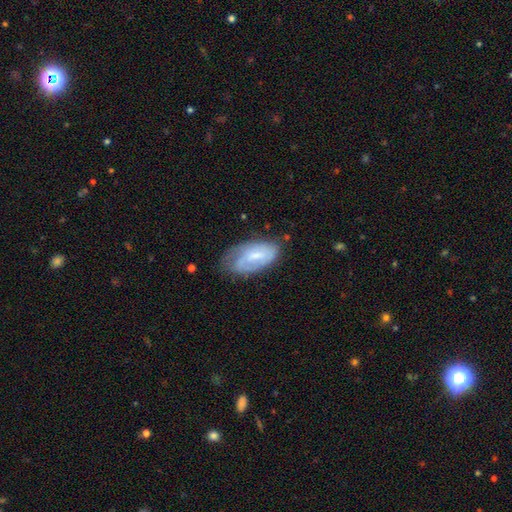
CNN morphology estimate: Smooth or featured: featured or disk — 57% (smooth — 36%)
Edge-on disk: no — 94% (yes — 6%)
Bar: weak — 48% (no — 38%)
Spiral arms: yes — 78% (no — 22%)
Bulge size: small — 48% (moderate — 36%)
Merging: none — 55% (minor disturbance — 30%)